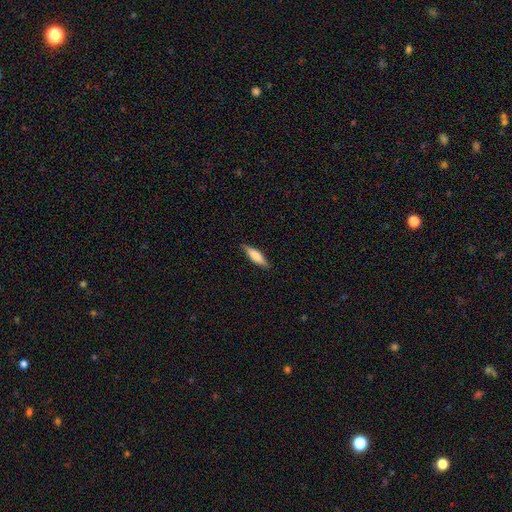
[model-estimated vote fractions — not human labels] Smooth or featured: smooth — 69% (featured or disk — 25%)
How rounded: cigar-shaped — 64% (in between — 35%)
Merging: none — 85% (minor disturbance — 12%)